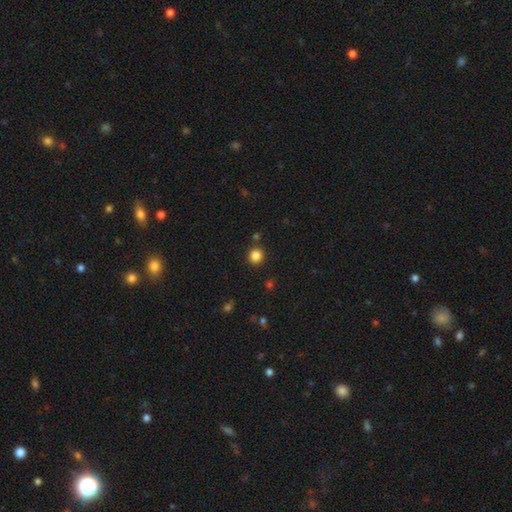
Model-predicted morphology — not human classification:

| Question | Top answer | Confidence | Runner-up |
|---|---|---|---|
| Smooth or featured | smooth | 84% | star or artifact (12%) |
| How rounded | round | 92% | in between (7%) |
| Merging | none | 88% | minor disturbance (6%) |